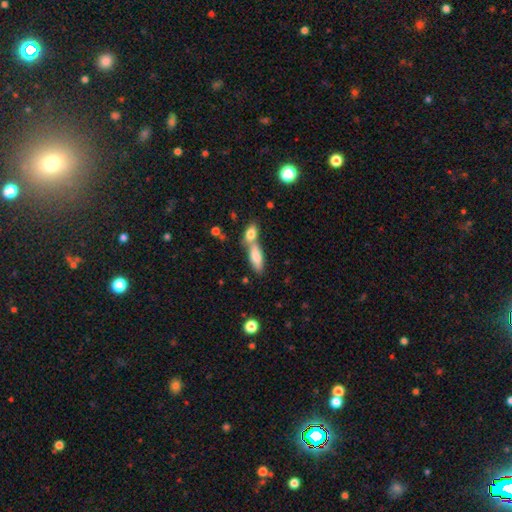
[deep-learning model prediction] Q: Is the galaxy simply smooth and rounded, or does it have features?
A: smooth — 79%.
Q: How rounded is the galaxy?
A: in between — 64%.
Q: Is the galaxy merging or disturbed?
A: merger — 52%.